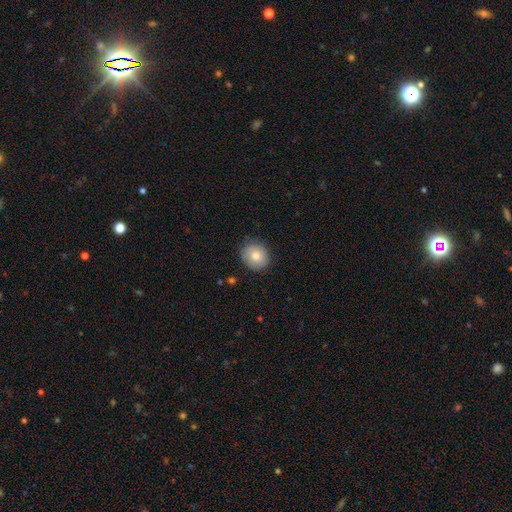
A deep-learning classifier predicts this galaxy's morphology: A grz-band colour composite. It shows a smooth galaxy with no disk features (76%) that is round (79%). Merging: none (84%).